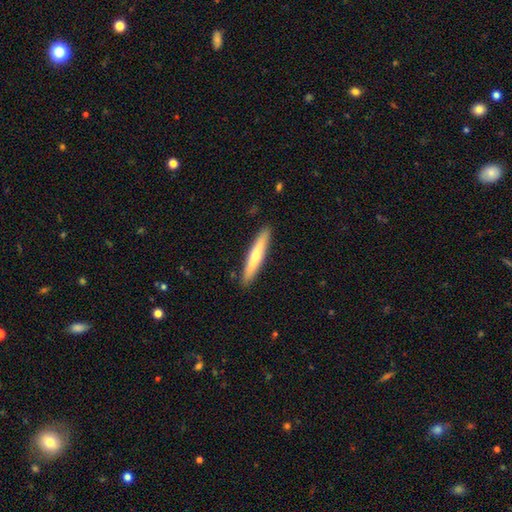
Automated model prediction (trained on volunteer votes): smooth_or_featured: smooth (p=0.56) [alt: featured or disk p=0.39]
how_rounded: cigar-shaped (p=0.92) [alt: in between p=0.07]
merging: none (p=0.91) [alt: minor disturbance p=0.07]